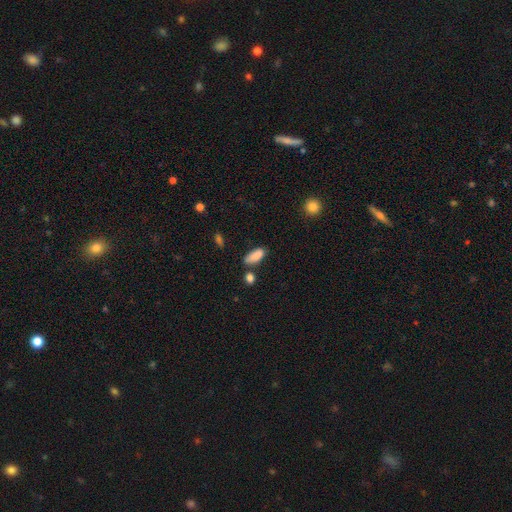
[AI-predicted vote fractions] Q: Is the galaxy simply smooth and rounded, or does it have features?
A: smooth — 88%.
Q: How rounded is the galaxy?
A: in between — 82%.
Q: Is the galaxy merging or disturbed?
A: none — 68%.